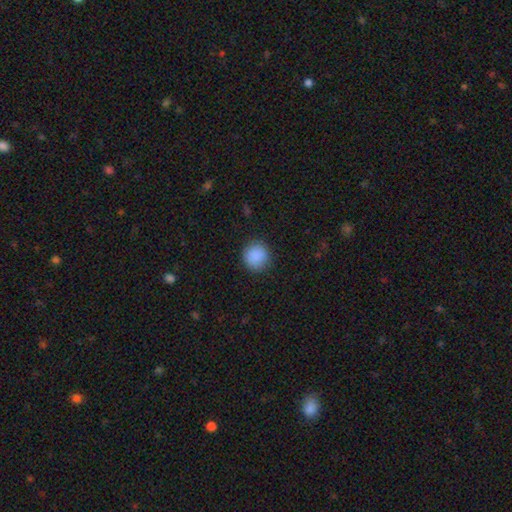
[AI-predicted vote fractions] smooth_or_featured: smooth (p=0.89) [alt: star or artifact p=0.08]
how_rounded: round (p=0.91) [alt: in between p=0.08]
merging: none (p=0.88) [alt: minor disturbance p=0.09]